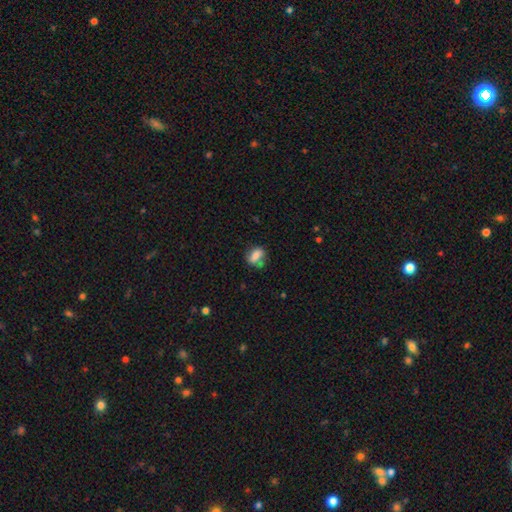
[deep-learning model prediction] Overall: smooth (76%). How rounded: in between (72%). Merging: none (59%; minor disturbance 24%).